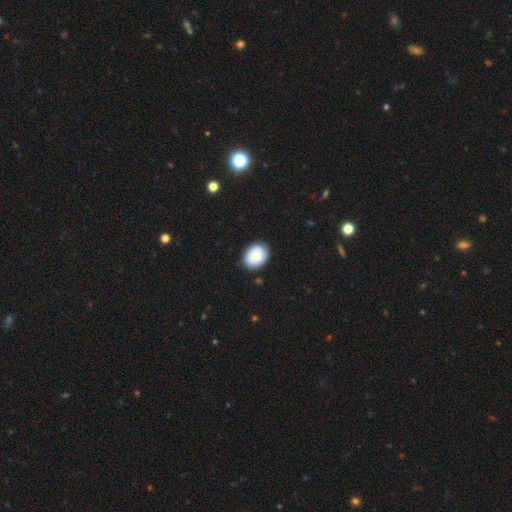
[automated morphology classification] A smooth galaxy with no disk features (87%) that is in between round and cigar-shaped (66%). Merging: none (85%).